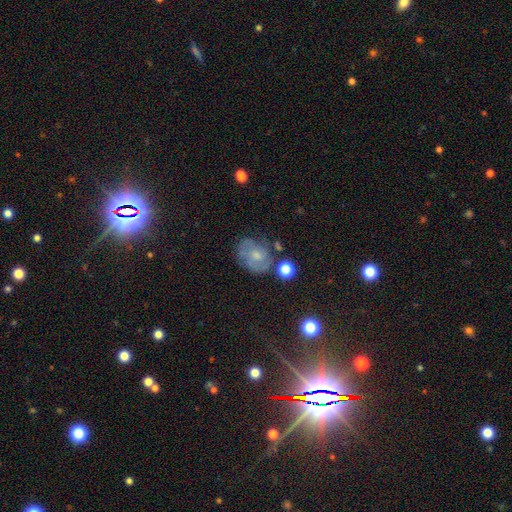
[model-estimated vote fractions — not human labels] smooth-or-featured: featured or disk: 57% | smooth: 33% | star or artifact: 11%
  disk-edge-on: no: 97% | yes: 3%
    bar: no: 70% | weak: 26% | strong: 4%
    has-spiral-arms: yes: 78% | no: 22%
    bulge-size: small: 43% (tied) | moderate: 43% (tied) | none: 9% | large: 4% | dominant: 1%
  merging: none: 61% | minor disturbance: 23% | major disturbance: 10% | merger: 6%